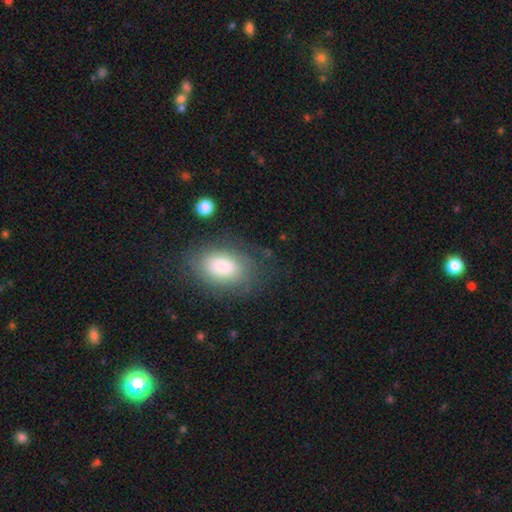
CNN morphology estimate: type=smooth (72%); roundness=in between (87%); merging=none (82%).